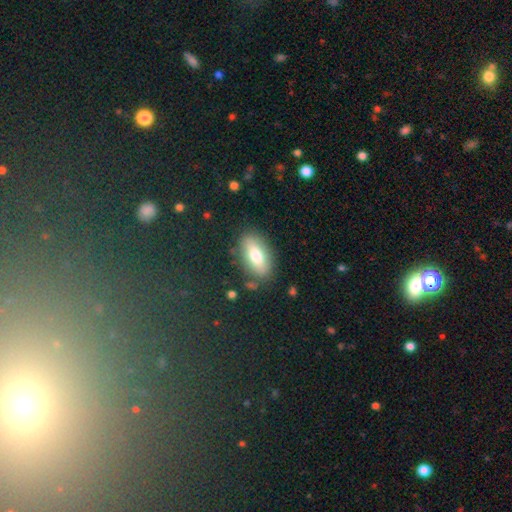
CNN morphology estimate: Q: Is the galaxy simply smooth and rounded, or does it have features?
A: smooth — 73%.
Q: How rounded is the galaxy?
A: in between — 83%.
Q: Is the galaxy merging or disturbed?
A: none — 82%.